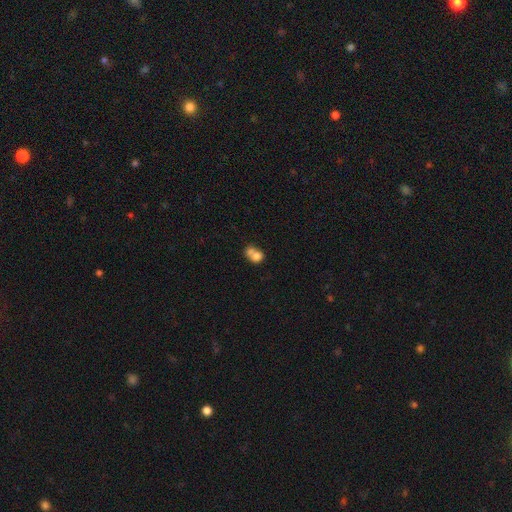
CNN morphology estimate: Smooth or featured? Predicted: smooth (p=0.73). How rounded? Predicted: round (p=0.59). Merging? Predicted: merger (p=0.62).